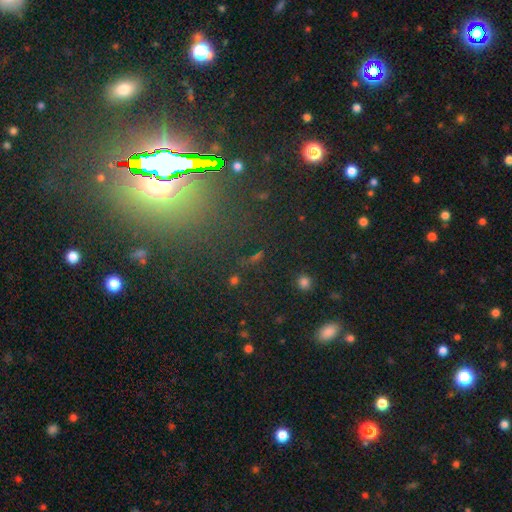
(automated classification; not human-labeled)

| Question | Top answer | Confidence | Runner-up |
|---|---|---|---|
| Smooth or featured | star or artifact | 56% | smooth (32%) |